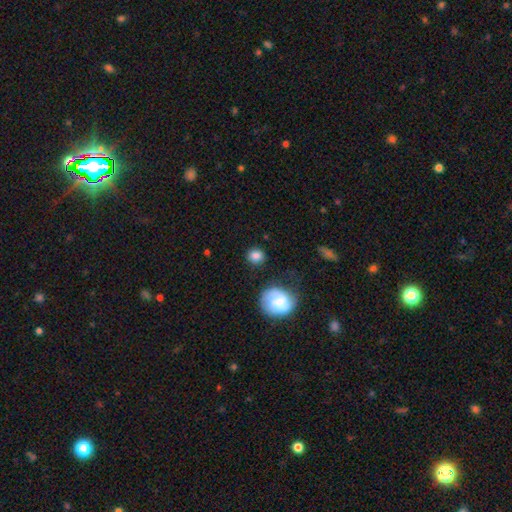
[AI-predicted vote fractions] Smooth or featured? smooth (82%)
How rounded? round (86%)
Merging? none (82%)